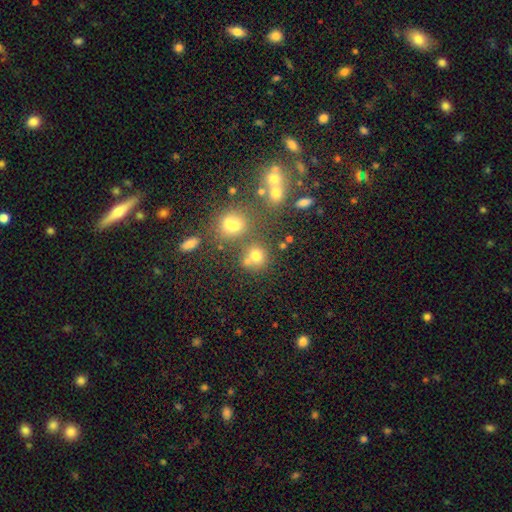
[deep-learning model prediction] Overall: smooth (70%). How rounded: round (80%). Merging: none (58%; merger 25%).